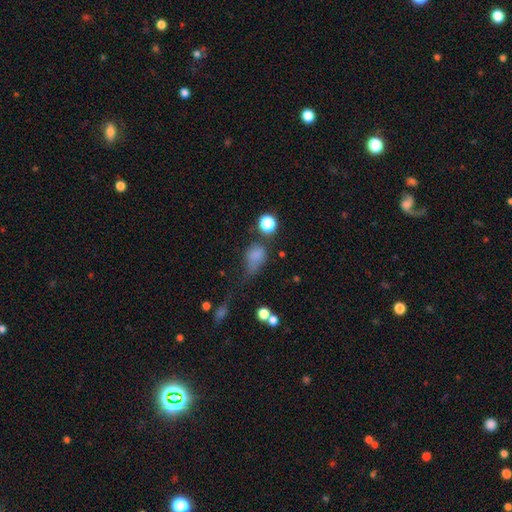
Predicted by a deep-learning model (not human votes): Morphology: type=smooth (70%); roundness=in between (64%); merging=major disturbance (36%).